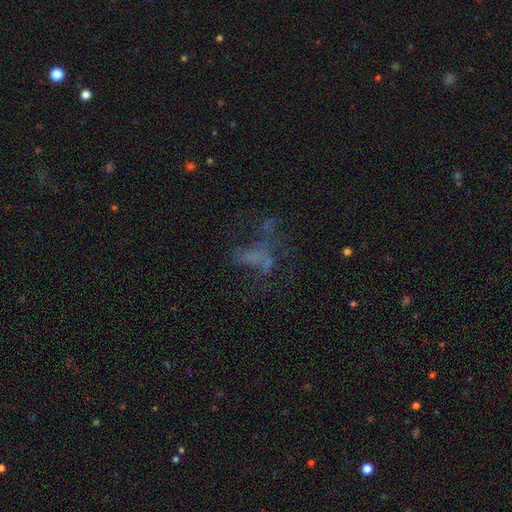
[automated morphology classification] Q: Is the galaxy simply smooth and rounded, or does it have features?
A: featured or disk — 46%.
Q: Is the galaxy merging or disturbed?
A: major disturbance — 42%.